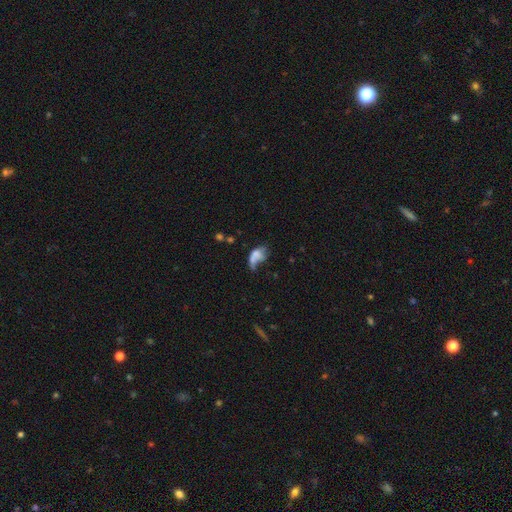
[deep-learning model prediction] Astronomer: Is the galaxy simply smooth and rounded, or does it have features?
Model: smooth — 54% (runner-up: featured or disk, 33%).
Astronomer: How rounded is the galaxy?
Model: in between — 85%.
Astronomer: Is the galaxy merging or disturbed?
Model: major disturbance — 37% (runner-up: merger, 23%).